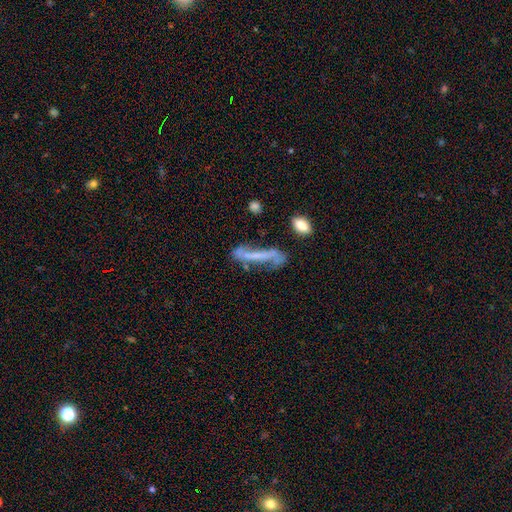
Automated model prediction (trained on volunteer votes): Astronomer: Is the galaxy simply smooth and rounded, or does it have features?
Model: featured or disk — 62%.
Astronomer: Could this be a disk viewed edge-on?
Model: no — 64%.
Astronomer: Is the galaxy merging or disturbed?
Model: none — 43% (runner-up: minor disturbance, 25%).